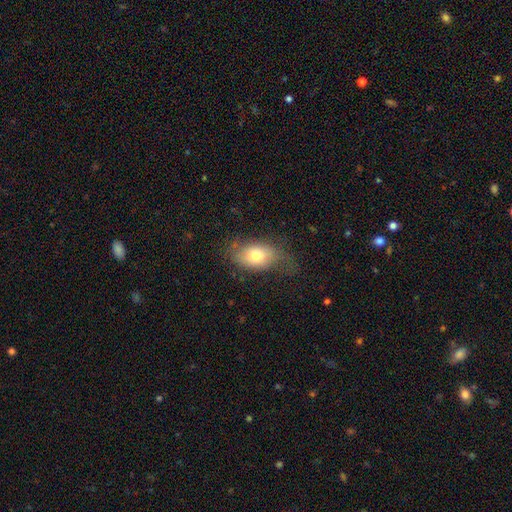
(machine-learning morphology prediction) A smooth galaxy with no disk features (73%) that is in between round and cigar-shaped (85%). Merging: none (54%).